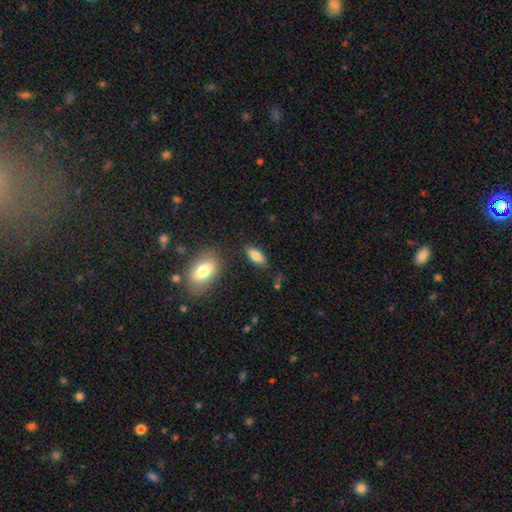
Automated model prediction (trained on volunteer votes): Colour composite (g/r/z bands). It shows a smooth galaxy with no disk features (83%) that is in between round and cigar-shaped (82%). Merging: none (82%).